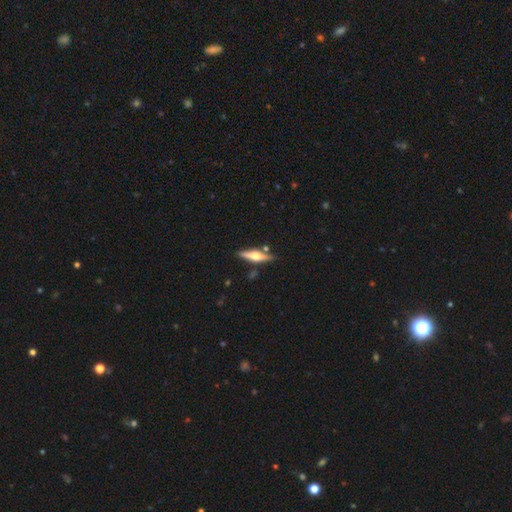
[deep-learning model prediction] The model was most divided on "smooth or featured": featured or disk: 66%, smooth: 28%, star or artifact: 6%. More confident: edge-on disk — yes (96%); edge-on bulge — rounded (94%); merging — none (82%).